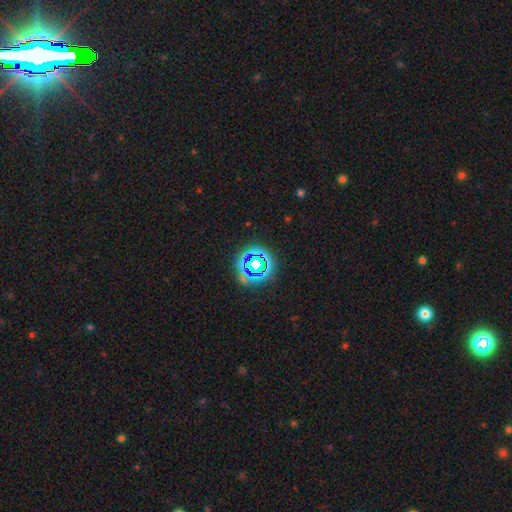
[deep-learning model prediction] Smooth or featured? star or artifact (68%)